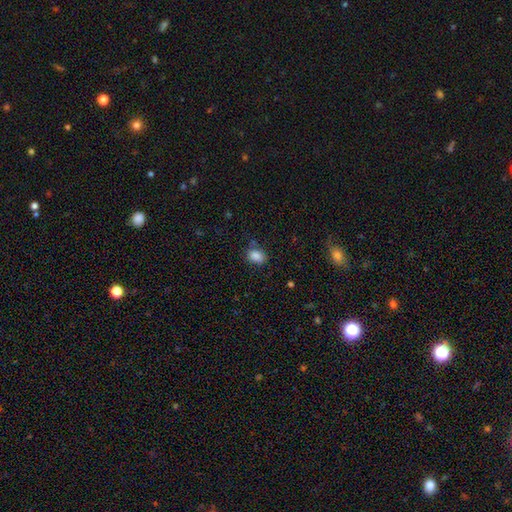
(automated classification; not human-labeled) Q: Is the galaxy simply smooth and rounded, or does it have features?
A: smooth — 85%.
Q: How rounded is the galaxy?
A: in between — 70%.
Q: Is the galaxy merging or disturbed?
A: none — 66%.